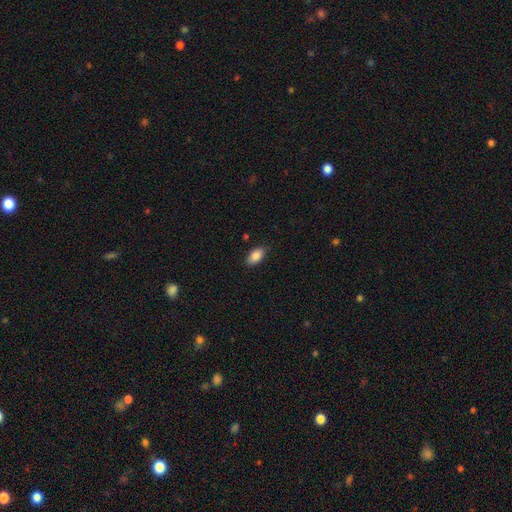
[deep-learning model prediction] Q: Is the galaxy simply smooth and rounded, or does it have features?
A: smooth — 88%.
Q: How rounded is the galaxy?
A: in between — 93%.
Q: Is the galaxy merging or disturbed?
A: none — 84%.